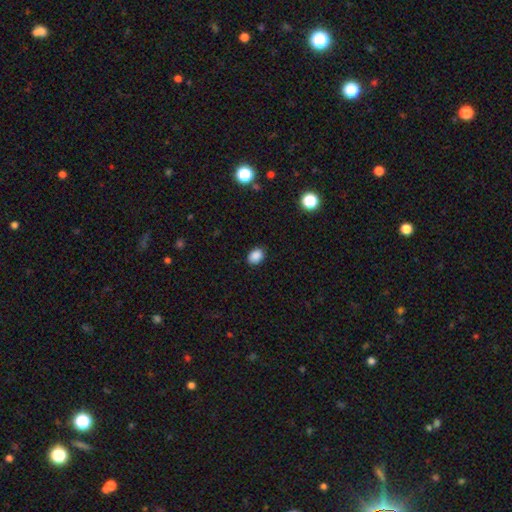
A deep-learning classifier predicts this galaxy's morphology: This appears to be a smooth galaxy with no disk features (88%) that is in between round and cigar-shaped (65%). Merging: none (87%).